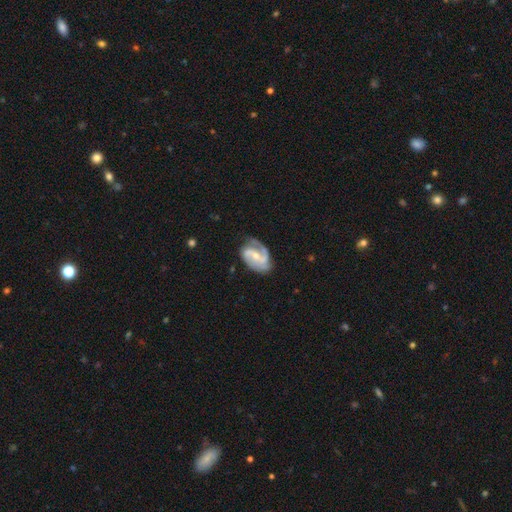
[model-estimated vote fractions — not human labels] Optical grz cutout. It shows a featured or disk galaxy (87%) with a weak bar (45%), 2 (71%) medium (50%) spiral arms (96%) and a small central bulge (54%). Merging: none (63%).